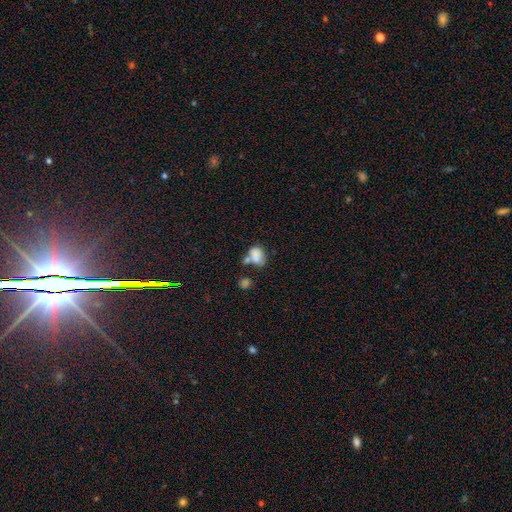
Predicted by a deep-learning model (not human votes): Smooth or featured?
  - smooth: 76% *
  - featured or disk: 13%
  - star or artifact: 10%
How rounded?
  - in between: 74% *
  - round: 24%
  - cigar-shaped: 1%
Merging?
  - merger: 40% *
  - none: 31%
  - minor disturbance: 18%
  - major disturbance: 11%